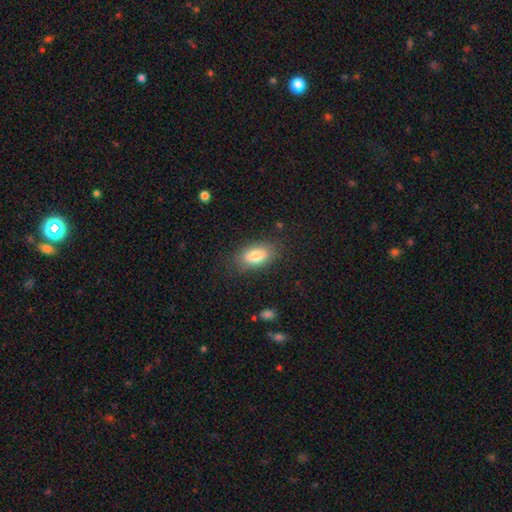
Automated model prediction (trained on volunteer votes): Morphology: type=smooth (80%); roundness=in between (87%); merging=none (82%).